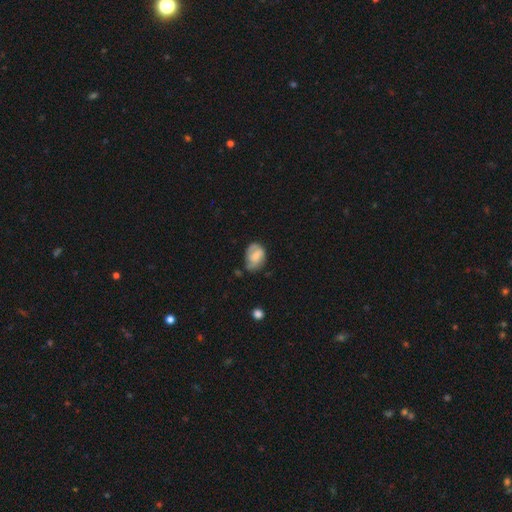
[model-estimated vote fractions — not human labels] The model was most divided on "smooth or featured": smooth: 50%, featured or disk: 43%, star or artifact: 7%. More confident: merging — none (52%).